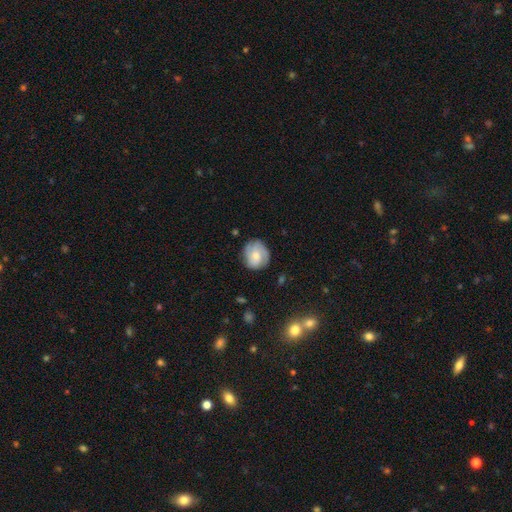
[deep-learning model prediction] smooth_or_featured: featured or disk (p=0.50) [alt: smooth p=0.42]
disk_edge_on: no (p=0.97) [alt: yes p=0.03]
merging: none (p=0.75) [alt: minor disturbance p=0.19]